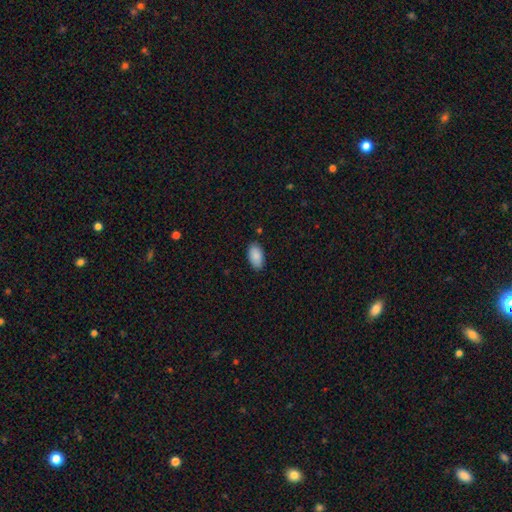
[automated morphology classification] Overall: smooth (89%). How rounded: in between (95%). Merging: none (85%).